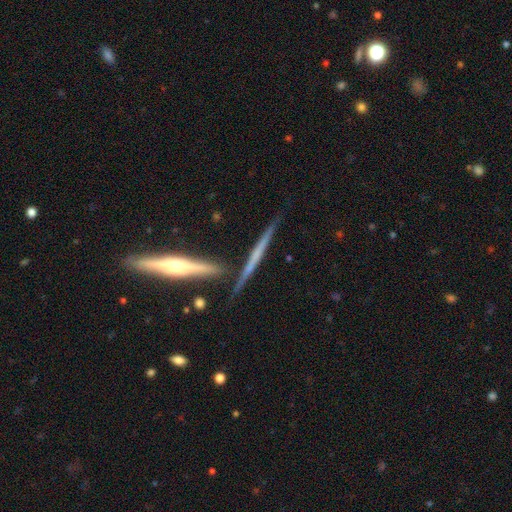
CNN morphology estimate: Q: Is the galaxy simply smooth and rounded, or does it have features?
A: featured or disk — 66%.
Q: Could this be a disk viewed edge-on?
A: yes — 97%.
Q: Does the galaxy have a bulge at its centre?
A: none — 55%.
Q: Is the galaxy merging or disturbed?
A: none — 78%.